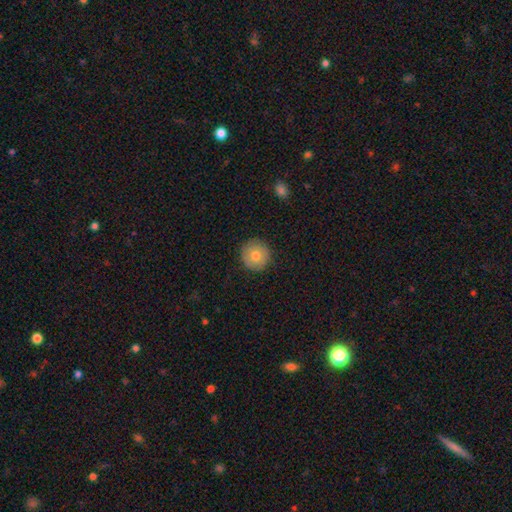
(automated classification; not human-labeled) Smooth or featured? Predicted: smooth (p=0.73). How rounded? Predicted: round (p=0.95). Merging? Predicted: none (p=0.89).